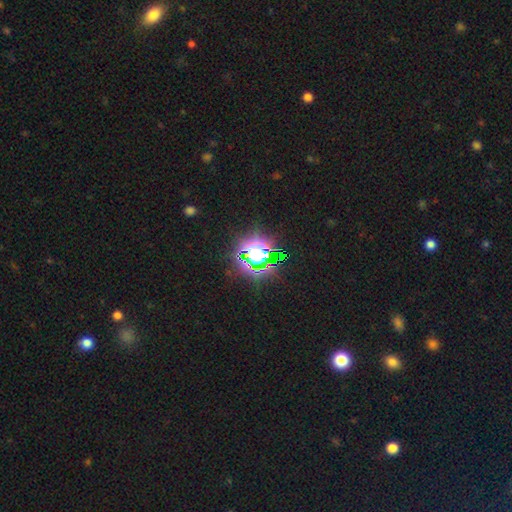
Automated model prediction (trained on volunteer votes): smooth_or_featured: star or artifact (p=0.70) [alt: smooth p=0.19]